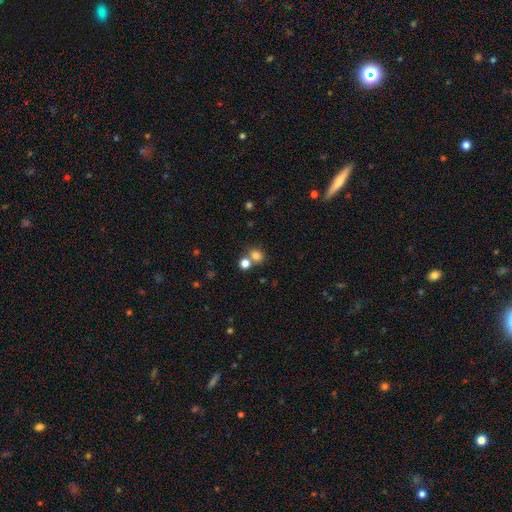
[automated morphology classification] smooth 79%, star or artifact 14%, featured or disk 7%. Down the decision tree: how rounded — round (56%); merging — none (54%).